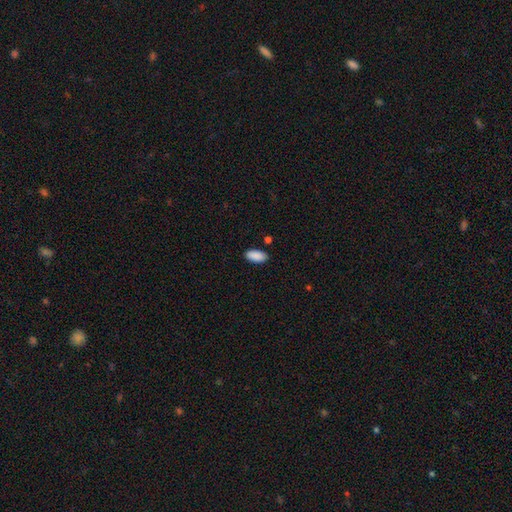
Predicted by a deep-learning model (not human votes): This is clearly a smooth galaxy (90%). How rounded: clearly in between (92%). Merging: clearly none (87%).